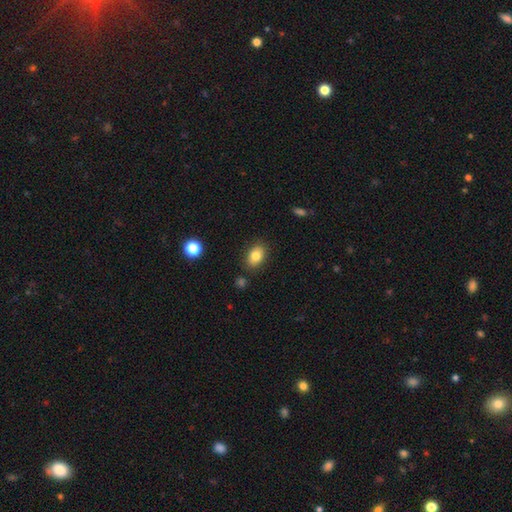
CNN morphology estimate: Q: Smooth or featured?
A: smooth (83%); runner-up: featured or disk (9%)
Q: How rounded?
A: in between (83%); runner-up: round (16%)
Q: Merging?
A: none (85%); runner-up: minor disturbance (10%)